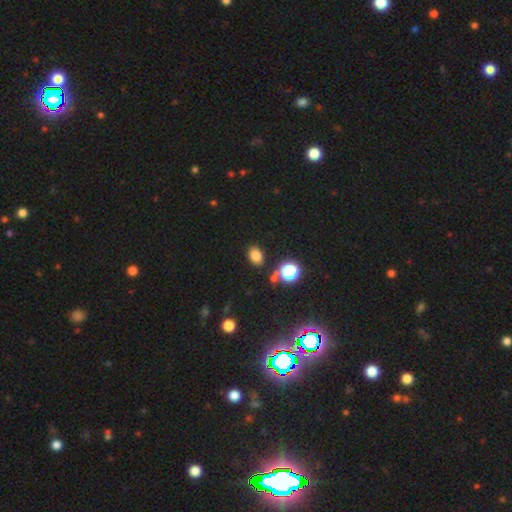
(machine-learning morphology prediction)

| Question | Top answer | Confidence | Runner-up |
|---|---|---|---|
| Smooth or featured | smooth | 77% | star or artifact (17%) |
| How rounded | in between | 73% | round (26%) |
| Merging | none | 83% | minor disturbance (10%) |